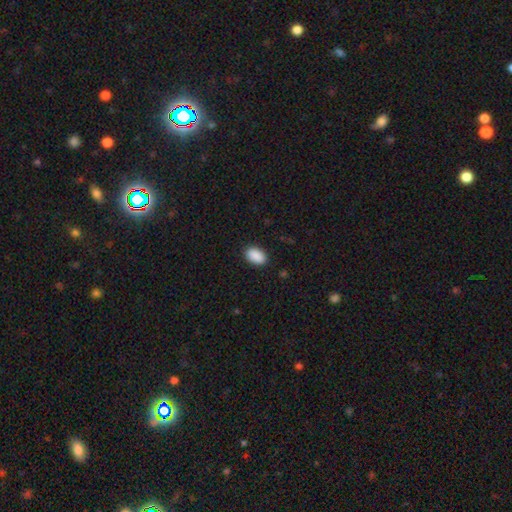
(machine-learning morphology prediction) A smooth galaxy with no disk features (91%) that is in between round and cigar-shaped (90%). Merging: none (89%).